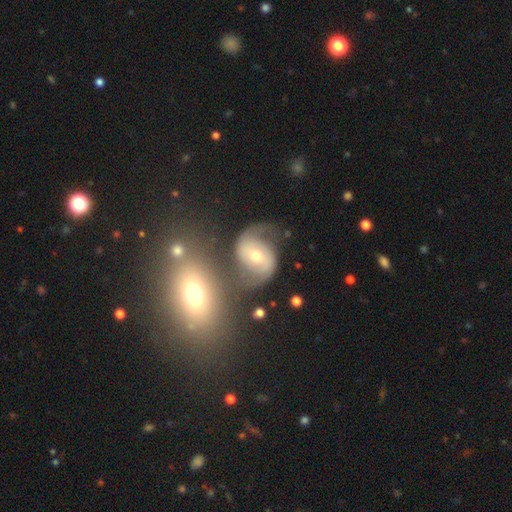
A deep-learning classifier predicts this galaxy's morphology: smooth-or-featured: featured or disk: 80% | smooth: 13% | star or artifact: 8%
  disk-edge-on: no: 97% | yes: 3%
    bar: weak: 41% | no: 36% | strong: 22%
    has-spiral-arms: yes: 94% | no: 6%
      spiral-winding: medium: 48% | loose: 35% | tight: 18%
      spiral-arm-count: 2: 90% | can't tell: 4% | 1: 3% | 3: 1% | 4: 1% | more than 4: 1%
    bulge-size: moderate: 57% | small: 37% | large: 4% | none: 1% | dominant: 1%
  merging: none: 54% | merger: 18% | minor disturbance: 16% | major disturbance: 12%